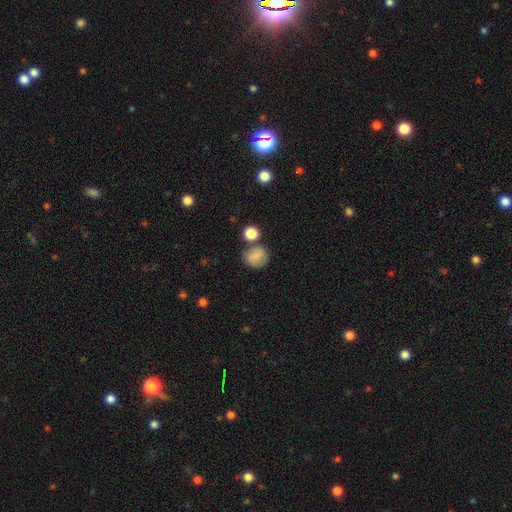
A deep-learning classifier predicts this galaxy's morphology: smooth-or-featured: smooth: 80% | featured or disk: 11% | star or artifact: 10%
  how-rounded: round: 74% | in between: 25% | cigar-shaped: 1%
  merging: none: 69% | minor disturbance: 14% | merger: 12% | major disturbance: 5%